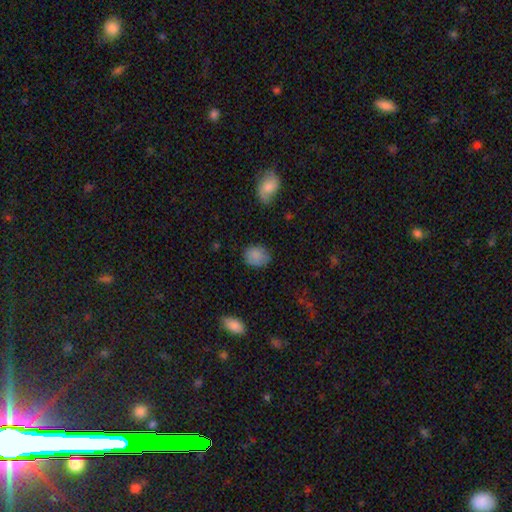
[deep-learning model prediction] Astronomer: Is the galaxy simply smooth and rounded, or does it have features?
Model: smooth — 84%.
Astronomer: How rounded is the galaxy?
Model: in between — 54% (runner-up: round, 45%).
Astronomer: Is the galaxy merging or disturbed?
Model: none — 72%.